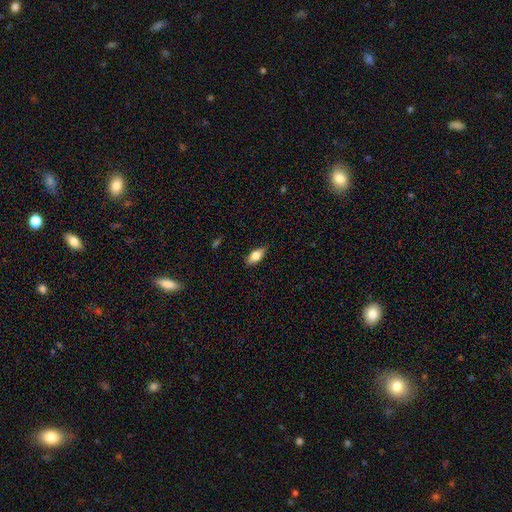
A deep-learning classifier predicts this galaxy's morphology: This is likely a smooth galaxy (73%). How rounded: clearly in between (85%). Merging: clearly none (85%).